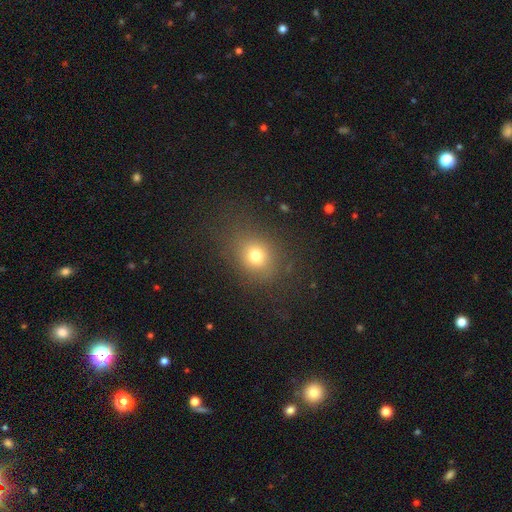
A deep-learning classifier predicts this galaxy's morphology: Smooth or featured: smooth — 75% (star or artifact — 16%)
How rounded: round — 62% (in between — 37%)
Merging: none — 78% (minor disturbance — 12%)